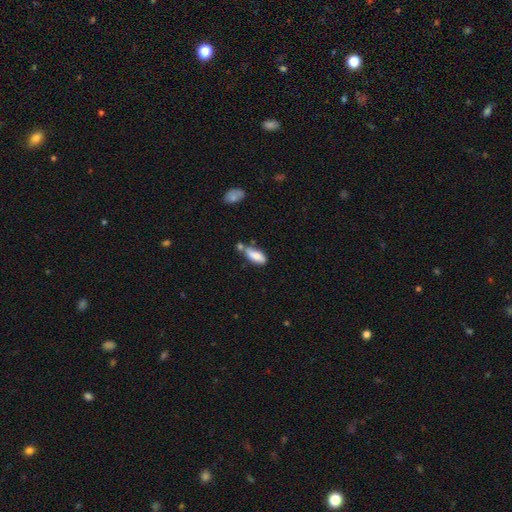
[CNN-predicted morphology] smooth_or_featured: smooth (p=0.78) [alt: featured or disk p=0.15]
how_rounded: in between (p=0.78) [alt: cigar-shaped p=0.20]
merging: none (p=0.44) [alt: merger p=0.26]